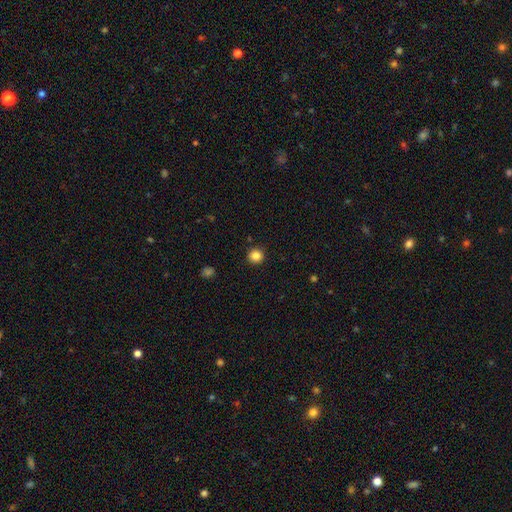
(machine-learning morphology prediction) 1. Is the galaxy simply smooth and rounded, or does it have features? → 84% smooth, 11% star or artifact, 4% featured or disk.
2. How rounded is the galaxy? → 94% round, 5% in between, 1% cigar-shaped.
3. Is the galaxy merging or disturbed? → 92% none, 5% minor disturbance, 2% major disturbance, 1% merger.